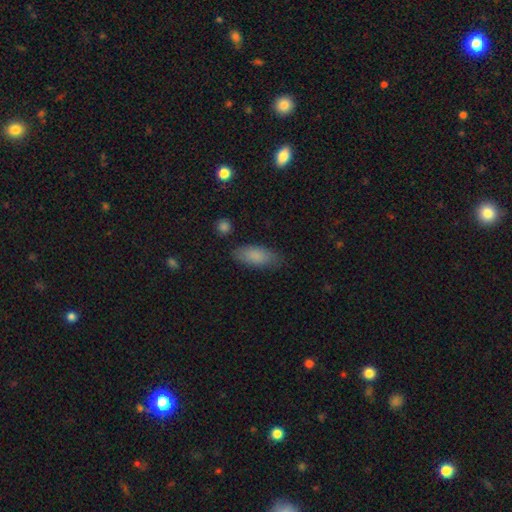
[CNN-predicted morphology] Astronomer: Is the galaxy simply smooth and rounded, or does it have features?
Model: smooth — 85%.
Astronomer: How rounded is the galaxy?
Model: in between — 83%.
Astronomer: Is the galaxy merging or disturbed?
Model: none — 79%.